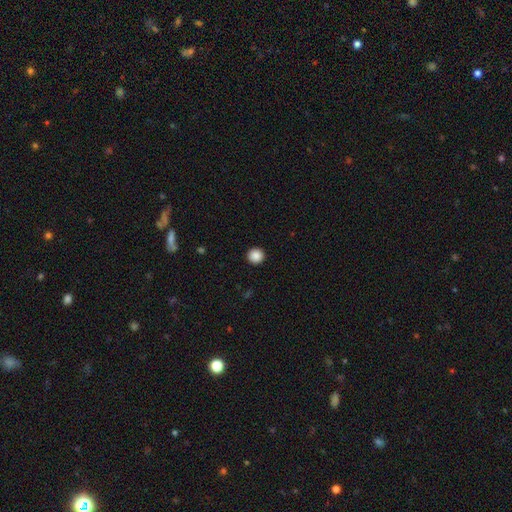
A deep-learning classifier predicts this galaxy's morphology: Smooth or featured?
  - smooth: 88% *
  - star or artifact: 9%
  - featured or disk: 2%
How rounded?
  - round: 95% *
  - in between: 4%
  - cigar-shaped: 1%
Merging?
  - none: 94% *
  - minor disturbance: 4%
  - major disturbance: 2%
  - merger: 1%